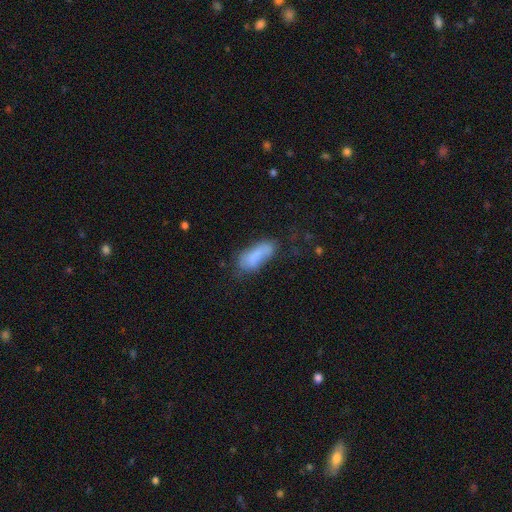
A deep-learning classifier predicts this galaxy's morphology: smooth_or_featured: smooth (p=0.77) [alt: featured or disk p=0.15]
how_rounded: in between (p=0.74) [alt: cigar-shaped p=0.24]
merging: none (p=0.48) [alt: minor disturbance p=0.30]